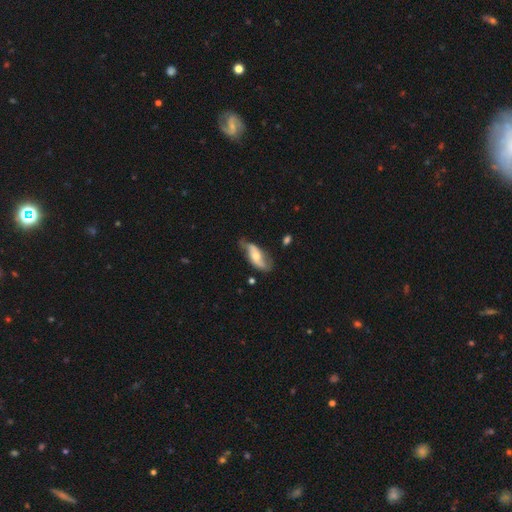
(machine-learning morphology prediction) Smooth or featured? featured or disk (60%)
Edge-on disk? no (84%)
Merging? none (54%)